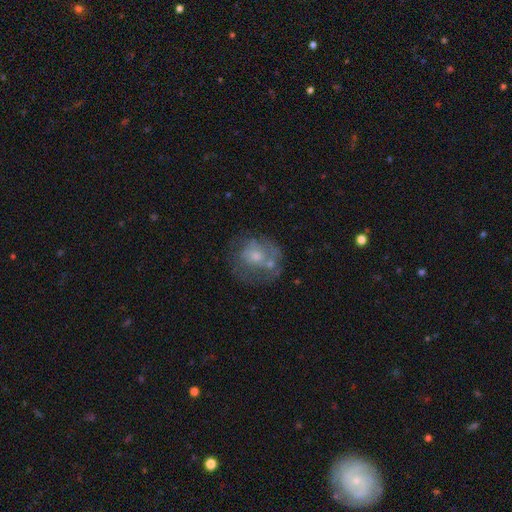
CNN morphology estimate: A featured or disk galaxy (54%) with no bar (80%), no spiral arms (55%) and a small central bulge (45%). Merging: none (54%).